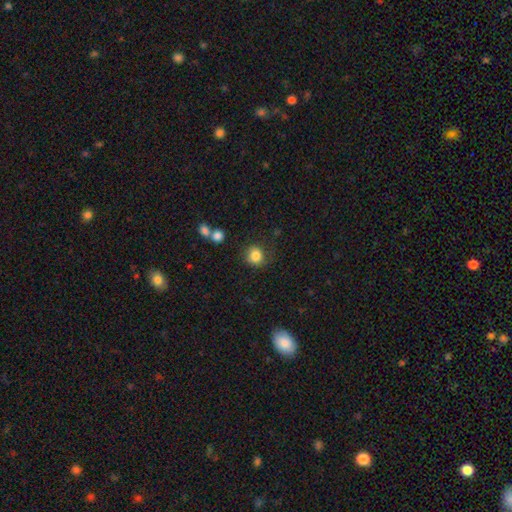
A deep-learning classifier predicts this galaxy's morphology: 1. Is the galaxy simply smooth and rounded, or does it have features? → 84% smooth, 10% star or artifact, 7% featured or disk.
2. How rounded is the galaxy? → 81% round, 18% in between, 1% cigar-shaped.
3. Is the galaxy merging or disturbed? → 72% none, 17% minor disturbance, 7% major disturbance, 4% merger.